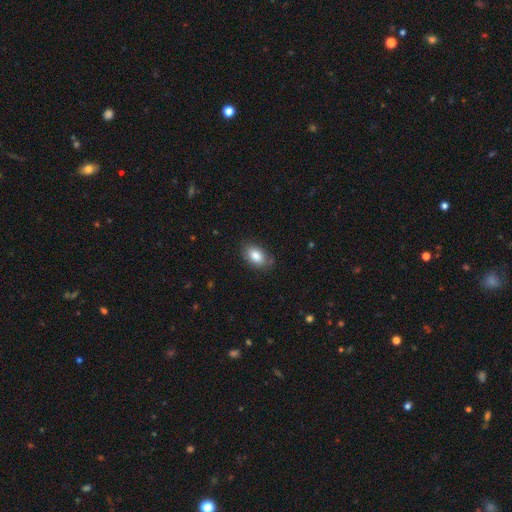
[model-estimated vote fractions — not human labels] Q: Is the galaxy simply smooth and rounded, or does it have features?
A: smooth — 83%.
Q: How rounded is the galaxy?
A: in between — 90%.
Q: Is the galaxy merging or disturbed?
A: none — 75%.